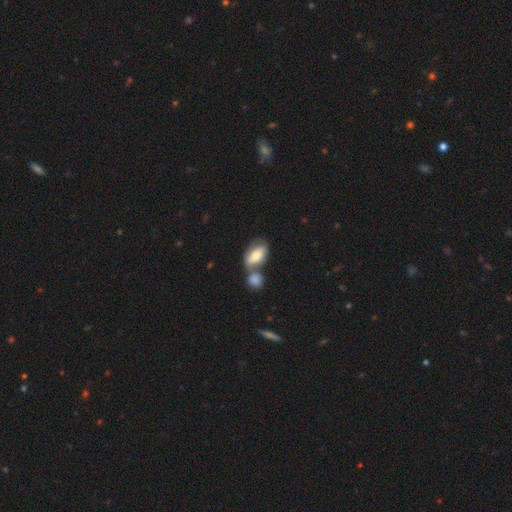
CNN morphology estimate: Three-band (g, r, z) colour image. It shows a smooth galaxy with no disk features (67%) that is in between round and cigar-shaped (89%). Merging: merger (49%).